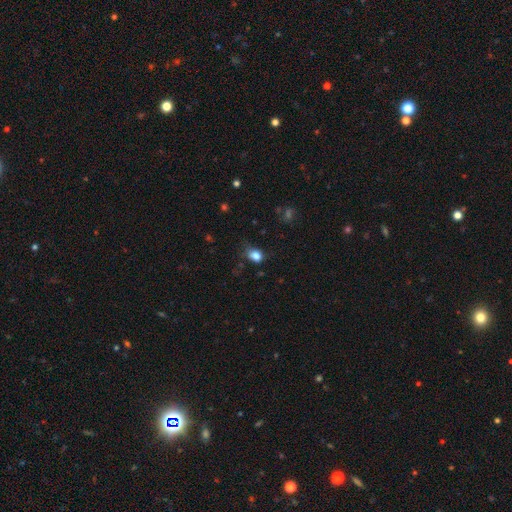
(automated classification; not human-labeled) This is clearly a smooth galaxy (82%). How rounded: possibly in between (57%). Merging: possibly none (54%).